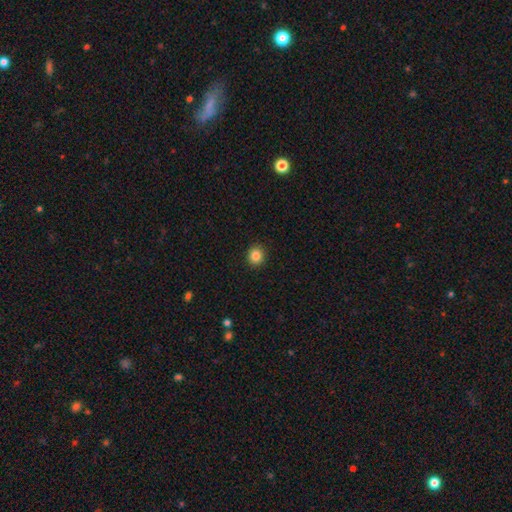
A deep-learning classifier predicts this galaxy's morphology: type=smooth (86%); roundness=round (88%); merging=none (91%).